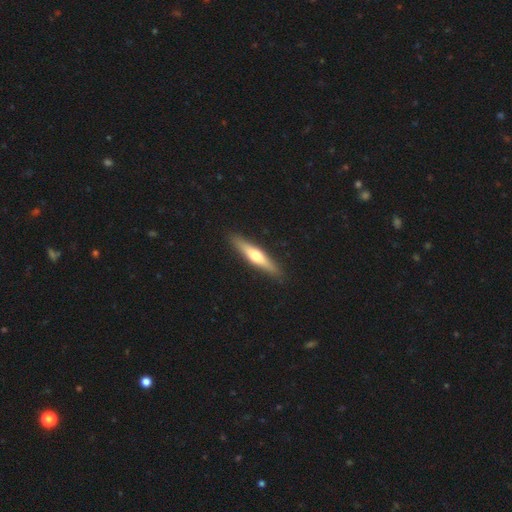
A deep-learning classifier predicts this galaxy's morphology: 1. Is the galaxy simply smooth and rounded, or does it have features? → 53% featured or disk, 42% smooth, 5% star or artifact.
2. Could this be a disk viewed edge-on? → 95% yes, 5% no.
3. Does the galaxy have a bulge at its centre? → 90% rounded, 5% none, 4% boxy.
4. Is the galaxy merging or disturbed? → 90% none, 7% minor disturbance, 1% major disturbance, 1% merger.